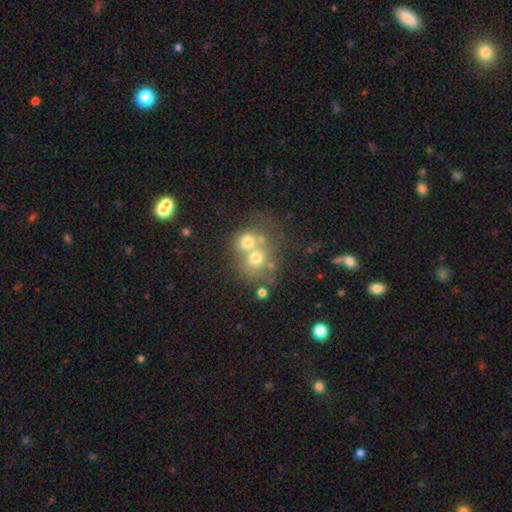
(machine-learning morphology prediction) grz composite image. It shows a smooth galaxy with no disk features (52%) that is round (75%). Merging: merger (54%).